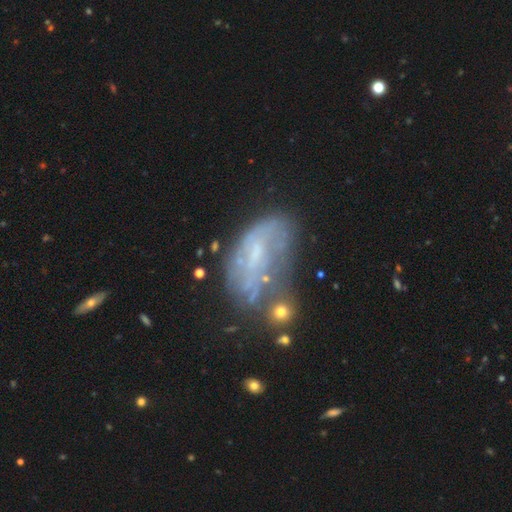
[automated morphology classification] smooth_or_featured: featured or disk (p=0.57) [alt: smooth p=0.30]
disk_edge_on: no (p=0.94) [alt: yes p=0.06]
bar: no (p=0.64) [alt: weak p=0.27]
has_spiral_arms: no (p=0.68) [alt: yes p=0.32]
bulge_size: none (p=0.42) [alt: small p=0.39]
merging: none (p=0.31) [alt: major disturbance p=0.29]